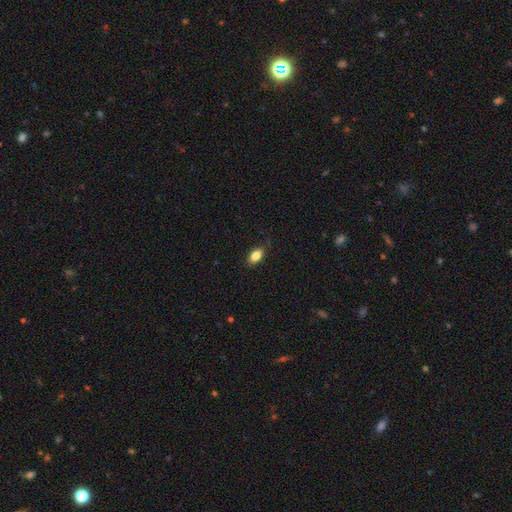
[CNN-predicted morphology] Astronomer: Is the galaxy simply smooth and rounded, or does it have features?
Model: smooth — 83%.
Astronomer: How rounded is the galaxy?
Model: in between — 89%.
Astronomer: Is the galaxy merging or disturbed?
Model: none — 83%.